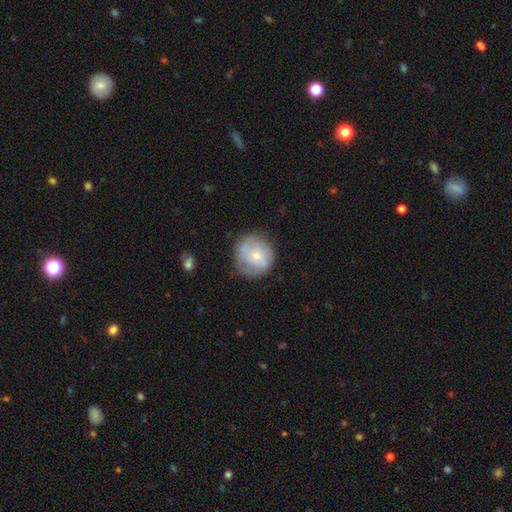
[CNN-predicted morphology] Smooth or featured? smooth (53%)
How rounded? round (88%)
Merging? none (66%)